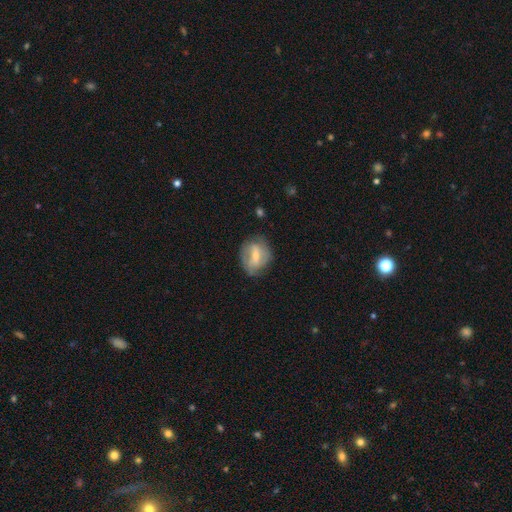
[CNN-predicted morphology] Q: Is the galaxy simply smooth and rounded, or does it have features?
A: featured or disk — 53%.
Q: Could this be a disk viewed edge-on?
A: no — 95%.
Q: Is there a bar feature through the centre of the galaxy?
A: weak — 44%.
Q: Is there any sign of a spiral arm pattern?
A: yes — 59%.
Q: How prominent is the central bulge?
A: small — 52%.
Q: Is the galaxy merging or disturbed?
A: none — 65%.